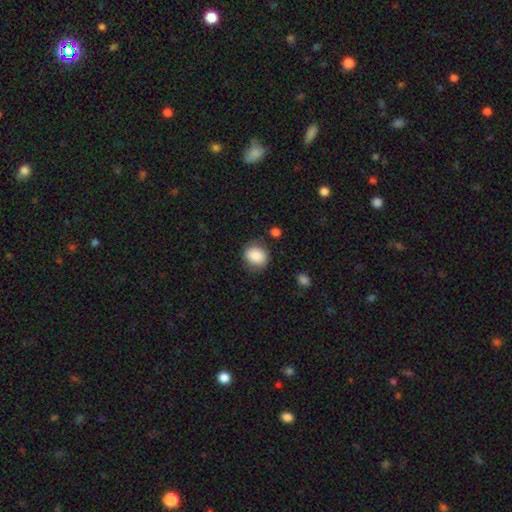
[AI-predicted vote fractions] smooth-or-featured: smooth: 87% | star or artifact: 8% | featured or disk: 6%
  how-rounded: round: 60% | in between: 39% | cigar-shaped: 1%
  merging: none: 76% | minor disturbance: 16% | major disturbance: 5% | merger: 3%